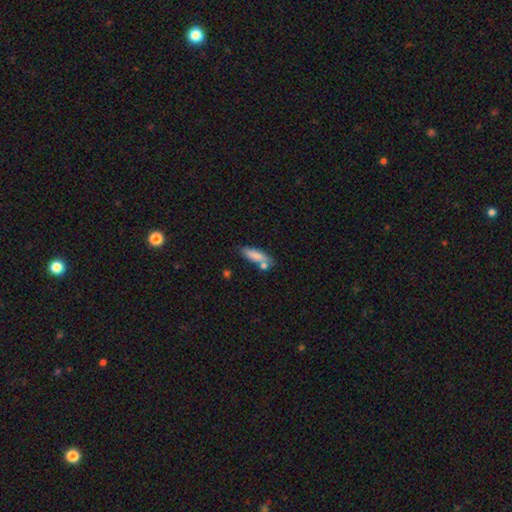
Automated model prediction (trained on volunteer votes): Smooth or featured? Predicted: smooth (p=0.82). How rounded? Predicted: in between (p=0.50). Merging? Predicted: none (p=0.62).